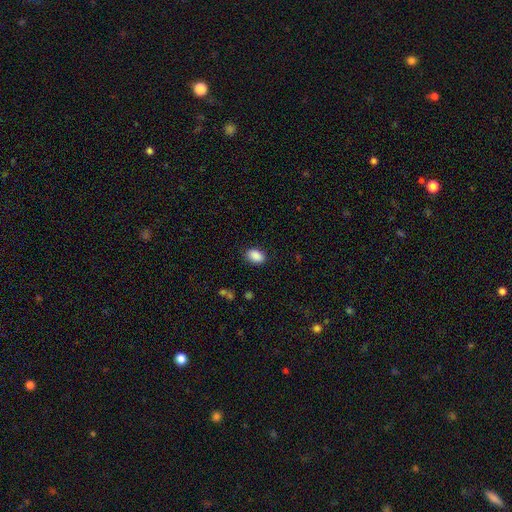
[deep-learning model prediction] smooth_or_featured: smooth (p=0.89) [alt: star or artifact p=0.08]
how_rounded: in between (p=0.85) [alt: round p=0.14]
merging: none (p=0.85) [alt: minor disturbance p=0.11]